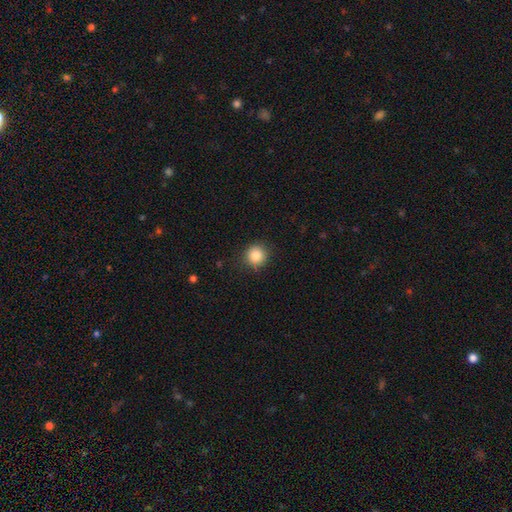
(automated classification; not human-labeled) Q: Smooth or featured?
A: smooth (86%); runner-up: star or artifact (10%)
Q: How rounded?
A: round (93%); runner-up: in between (6%)
Q: Merging?
A: none (89%); runner-up: minor disturbance (8%)